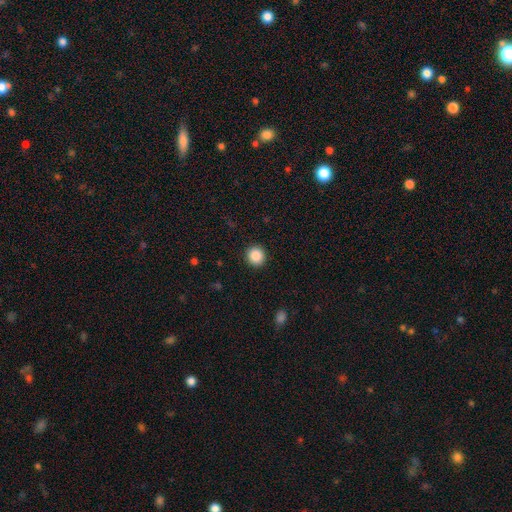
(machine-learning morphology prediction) Smooth or featured? smooth (88%)
How rounded? round (92%)
Merging? none (92%)